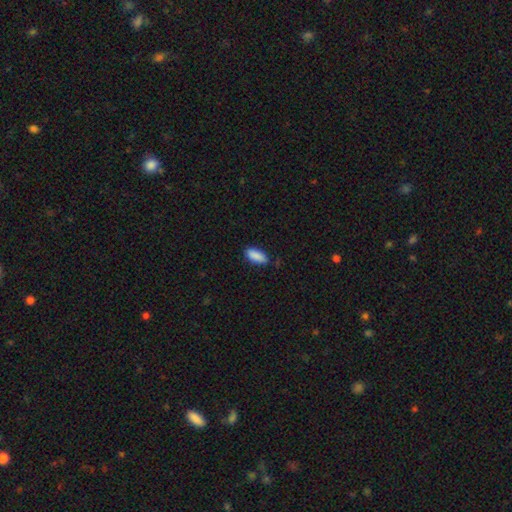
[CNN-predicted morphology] Smooth or featured? Predicted: smooth (p=0.90). How rounded? Predicted: in between (p=0.83). Merging? Predicted: none (p=0.78).